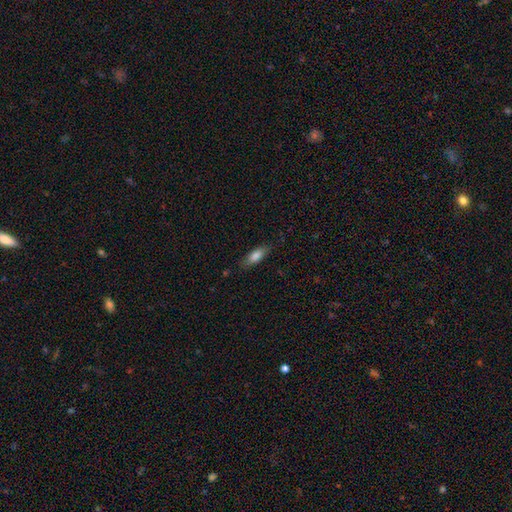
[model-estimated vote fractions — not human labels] Smooth or featured? smooth (77%)
How rounded? in between (63%)
Merging? none (79%)